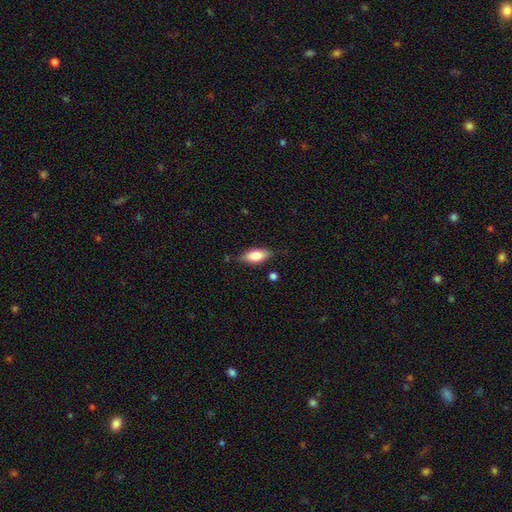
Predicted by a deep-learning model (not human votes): Q: Smooth or featured?
A: smooth (76%); runner-up: featured or disk (17%)
Q: How rounded?
A: in between (81%); runner-up: cigar-shaped (16%)
Q: Merging?
A: none (79%); runner-up: minor disturbance (15%)